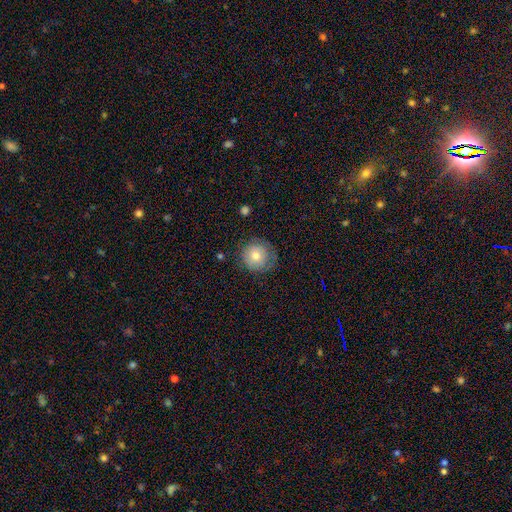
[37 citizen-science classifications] Overall: smooth (68%; featured or disk 32%). How rounded: round (100%). Merging: none (70%).